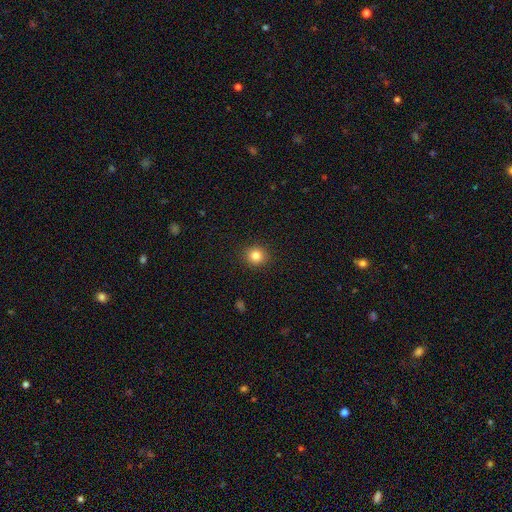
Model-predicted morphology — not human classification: Overall: smooth (83%). How rounded: round (90%). Merging: none (92%).